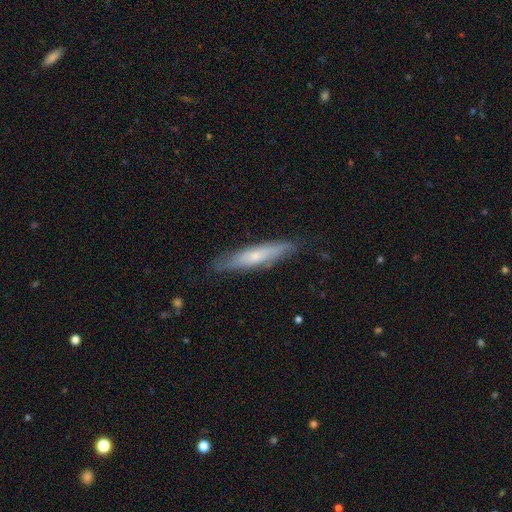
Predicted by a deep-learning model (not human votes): The model was most divided on "smooth or featured" (2-way tie): featured or disk: 47%, smooth: 47%, star or artifact: 6%. More confident: merging — none (80%).